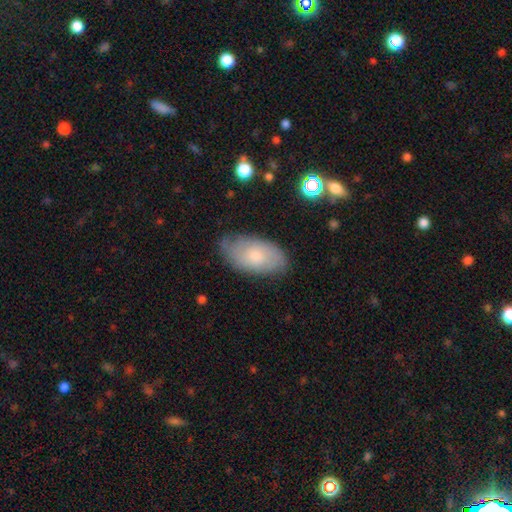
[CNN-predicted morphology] Smooth or featured?
  - smooth: 58% *
  - featured or disk: 35%
  - star or artifact: 7%
How rounded?
  - in between: 94% *
  - round: 4%
  - cigar-shaped: 2%
Merging?
  - none: 73% *
  - minor disturbance: 21%
  - major disturbance: 5%
  - merger: 1%